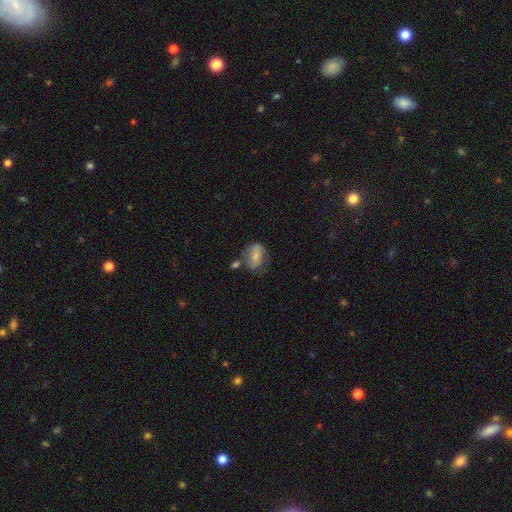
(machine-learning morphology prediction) A smooth galaxy with no disk features (57%) that is in between round and cigar-shaped (66%).

Vote fractions:
- Smooth or featured? smooth: 57% / featured or disk: 35% / star or artifact: 8%
- How rounded? in between: 66% / round: 32% / cigar-shaped: 2%
- Merging? none: 47% / minor disturbance: 24% / merger: 16% / major disturbance: 13%